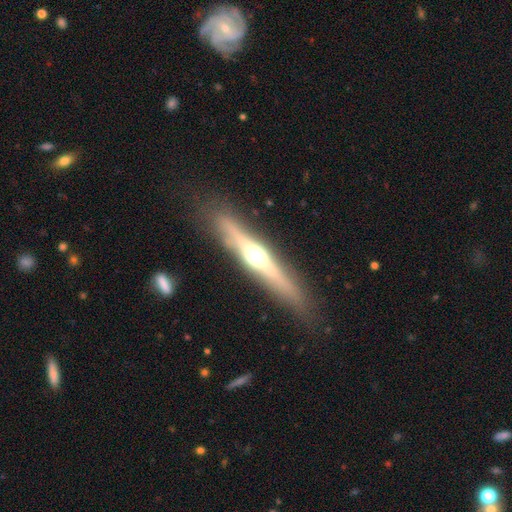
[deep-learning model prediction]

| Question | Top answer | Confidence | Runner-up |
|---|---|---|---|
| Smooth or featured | featured or disk | 67% | smooth (26%) |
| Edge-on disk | yes | 95% | no (5%) |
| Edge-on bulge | rounded | 93% | boxy (4%) |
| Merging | none | 88% | minor disturbance (8%) |